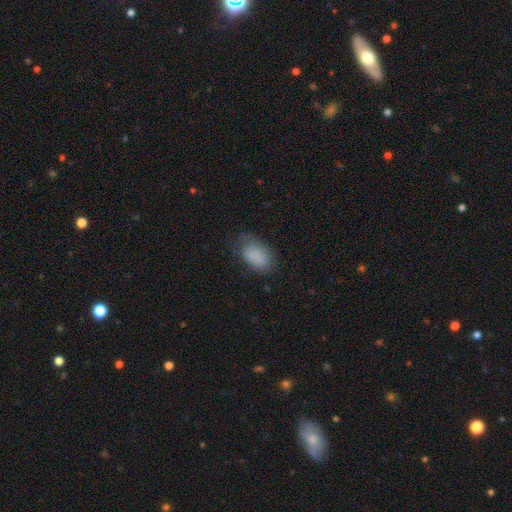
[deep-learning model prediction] Smooth or featured? smooth (85%)
How rounded? in between (90%)
Merging? none (60%)